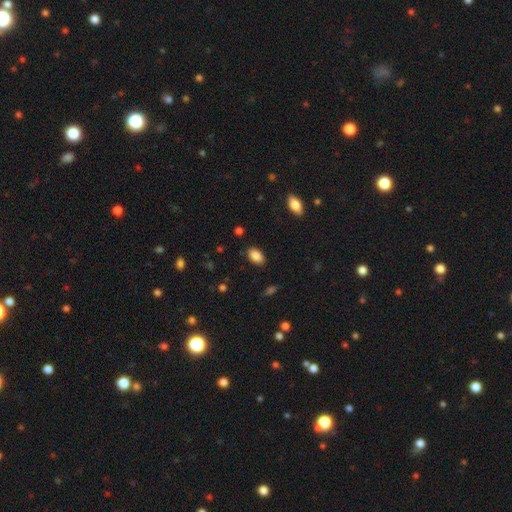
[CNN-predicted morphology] Smooth or featured? smooth (87%)
How rounded? in between (91%)
Merging? none (87%)